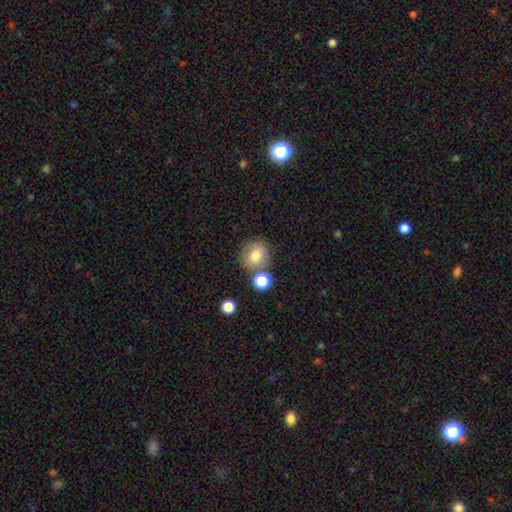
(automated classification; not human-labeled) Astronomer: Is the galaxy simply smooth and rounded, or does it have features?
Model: smooth — 77%.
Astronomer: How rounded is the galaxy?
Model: round — 83%.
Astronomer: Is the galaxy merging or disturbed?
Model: none — 72%.